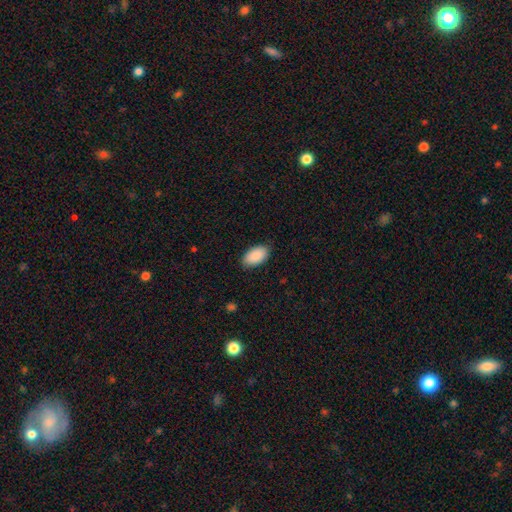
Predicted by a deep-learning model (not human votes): This is clearly a smooth galaxy (90%). How rounded: clearly in between (95%). Merging: clearly none (86%).